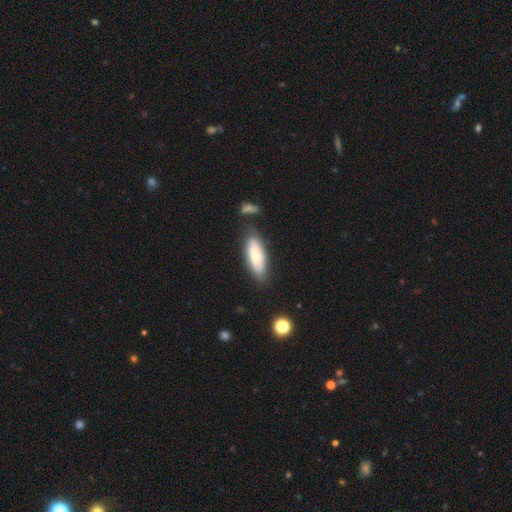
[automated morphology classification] A smooth galaxy with no disk features (68%) that is in between round and cigar-shaped (65%). Merging: none (71%).